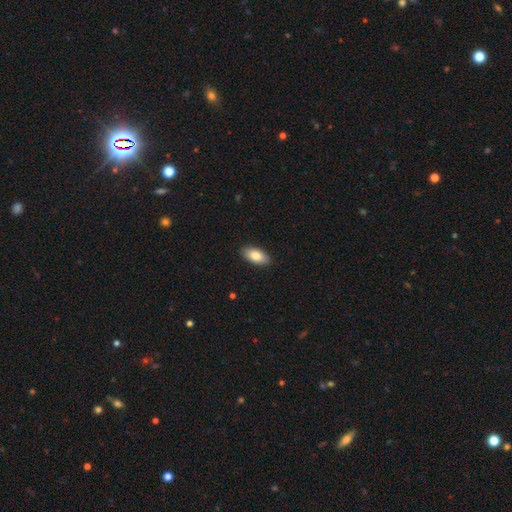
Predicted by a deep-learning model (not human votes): smooth 84%, featured or disk 10%, star or artifact 6%. Down the decision tree: how rounded — in between (93%); merging — none (89%).